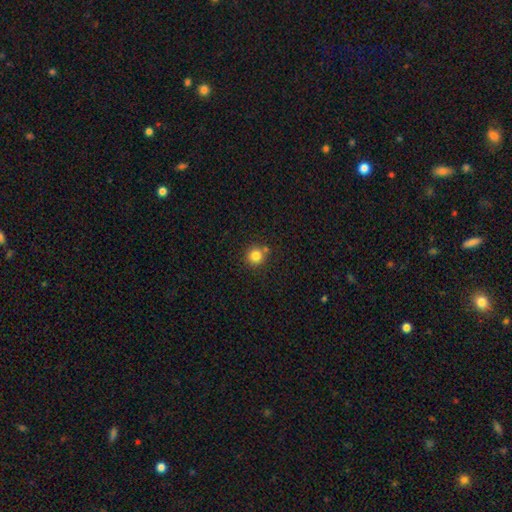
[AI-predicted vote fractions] smooth_or_featured: smooth (p=0.83) [alt: star or artifact p=0.12]
how_rounded: round (p=0.93) [alt: in between p=0.06]
merging: none (p=0.78) [alt: merger p=0.11]